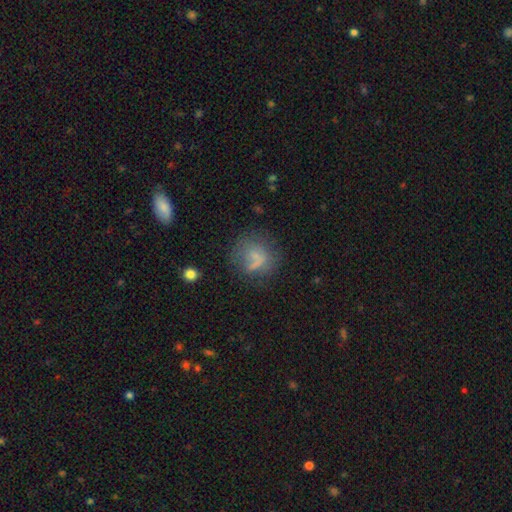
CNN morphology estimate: smooth-or-featured: smooth: 62% | featured or disk: 22% | star or artifact: 16%
  how-rounded: round: 74% | in between: 23% | cigar-shaped: 3%
  merging: none: 56% | minor disturbance: 21% | major disturbance: 17% | merger: 5%